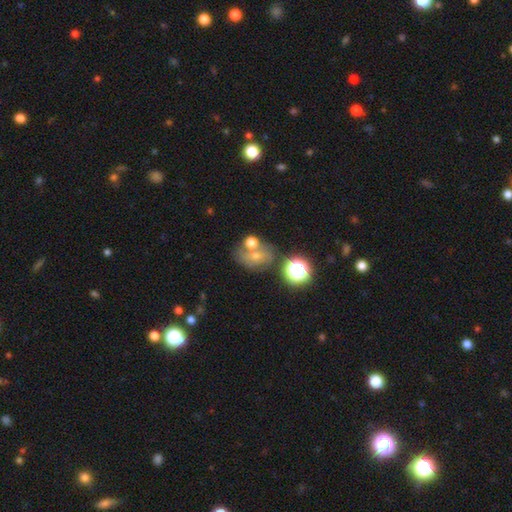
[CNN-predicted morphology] This is marginally a smooth galaxy (39%). Merging: possibly none (56%).